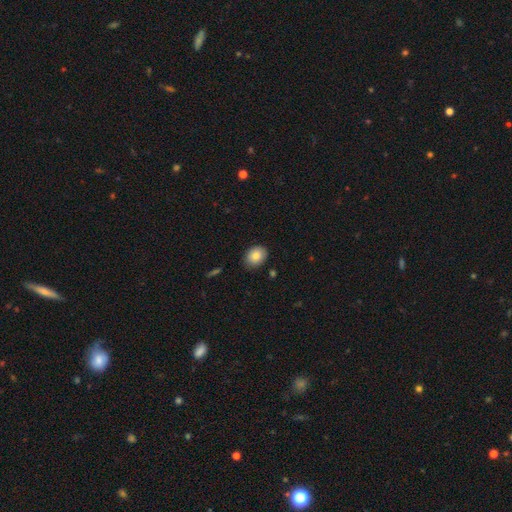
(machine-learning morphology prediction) Smooth or featured: smooth — 83% (featured or disk — 9%)
How rounded: in between — 65% (round — 34%)
Merging: none — 85% (minor disturbance — 12%)